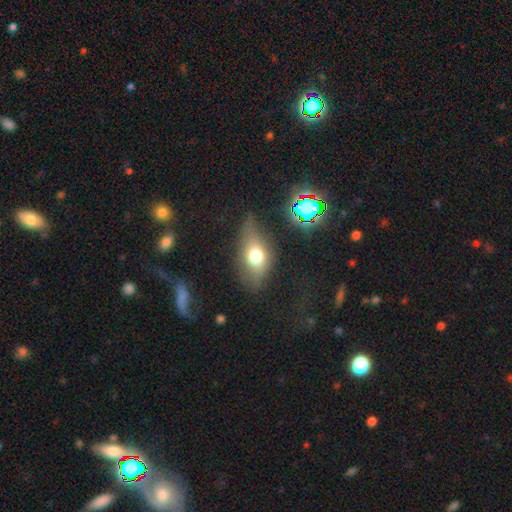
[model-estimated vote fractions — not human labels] smooth_or_featured: smooth (p=0.63) [alt: featured or disk p=0.23]
how_rounded: in between (p=0.76) [alt: round p=0.17]
merging: none (p=0.58) [alt: minor disturbance p=0.26]